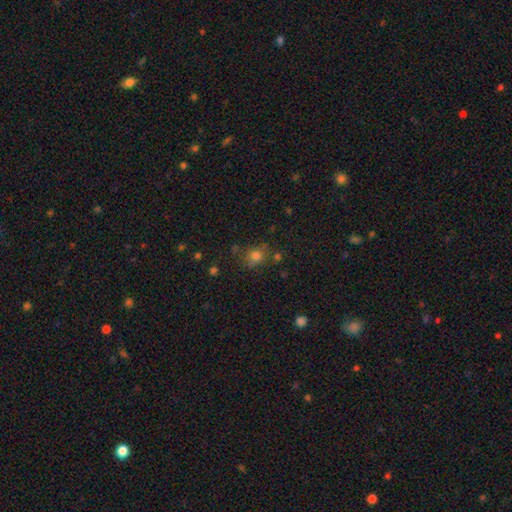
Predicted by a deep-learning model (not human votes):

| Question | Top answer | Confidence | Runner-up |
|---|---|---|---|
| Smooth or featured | smooth | 71% | star or artifact (19%) |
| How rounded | round | 67% | in between (31%) |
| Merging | none | 67% | minor disturbance (18%) |